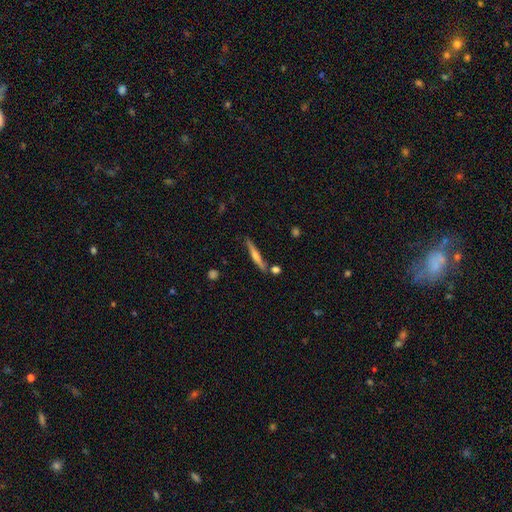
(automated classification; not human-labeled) Q: Smooth or featured?
A: featured or disk (60%); runner-up: smooth (34%)
Q: Edge-on disk?
A: yes (97%); runner-up: no (3%)
Q: Edge-on bulge?
A: rounded (75%); runner-up: none (17%)
Q: Merging?
A: none (83%); runner-up: minor disturbance (9%)